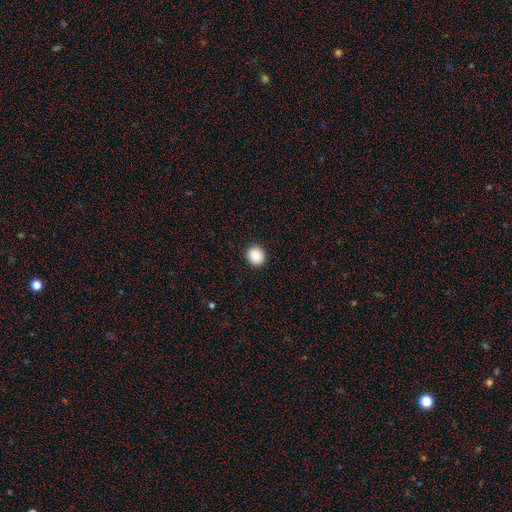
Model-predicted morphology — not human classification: smooth-or-featured: smooth: 89% | star or artifact: 8% | featured or disk: 2%
  how-rounded: round: 82% | in between: 17% | cigar-shaped: 1%
  merging: none: 92% | minor disturbance: 5% | major disturbance: 2% | merger: 1%